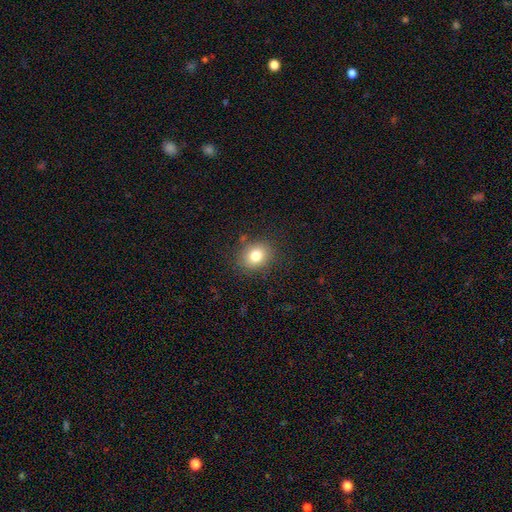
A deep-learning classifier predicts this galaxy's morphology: This is likely a smooth galaxy (79%). How rounded: possibly round (60%). Merging: clearly none (85%).